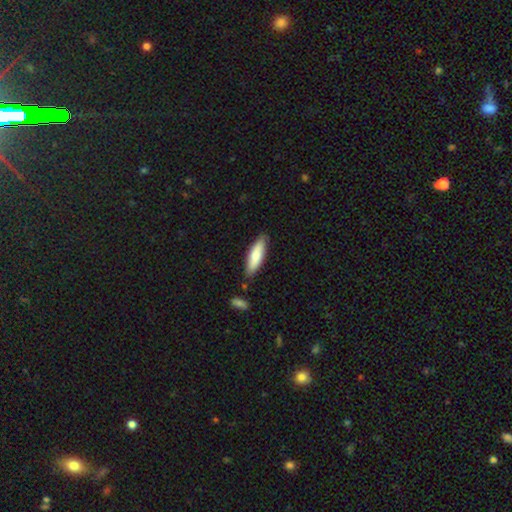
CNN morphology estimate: This appears to be a smooth galaxy with no disk features (73%) that is cigar-shaped (57%). Merging: none (82%).